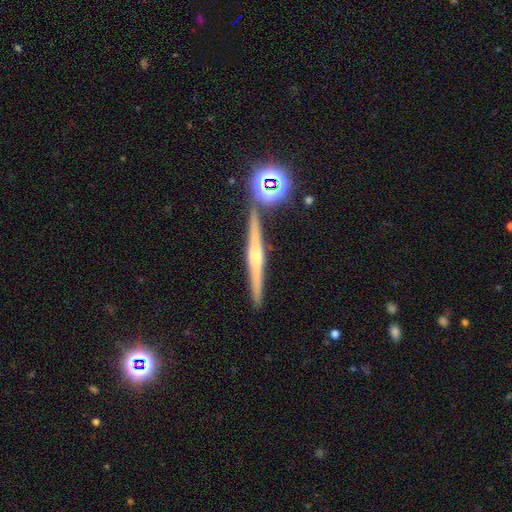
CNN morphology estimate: A featured or disk galaxy (67%) viewed edge-on (97%) with a rounded central bulge (67%).

Vote fractions:
- Smooth or featured? featured or disk: 67% / smooth: 20% / star or artifact: 13%
- Edge-on disk? yes: 97% / no: 3%
- Edge-on bulge? rounded: 67% / none: 17% / boxy: 16%
- Merging? none: 87% / minor disturbance: 7% / merger: 4% / major disturbance: 2%